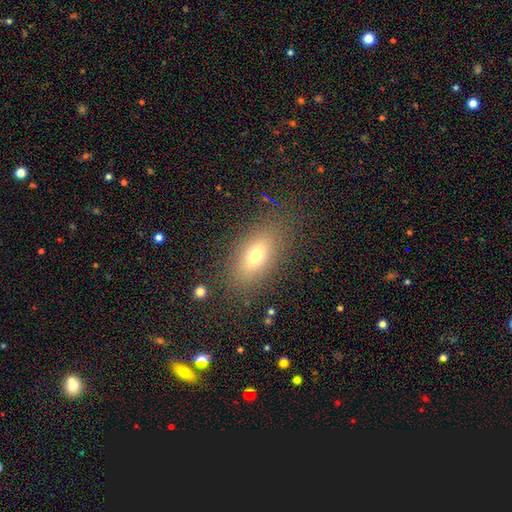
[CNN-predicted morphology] smooth-or-featured: smooth: 71% | featured or disk: 17% | star or artifact: 13%
  how-rounded: in between: 82% | cigar-shaped: 9% | round: 9%
  merging: none: 83% | minor disturbance: 10% | major disturbance: 5% | merger: 2%